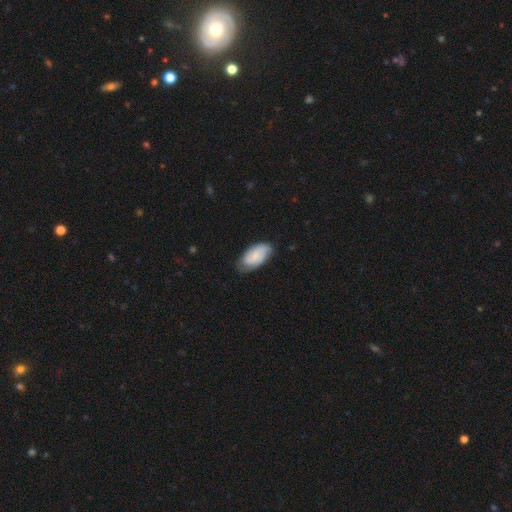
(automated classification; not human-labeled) smooth 54%, featured or disk 40%, star or artifact 6%. Down the decision tree: how rounded — in between (92%); merging — none (70%).